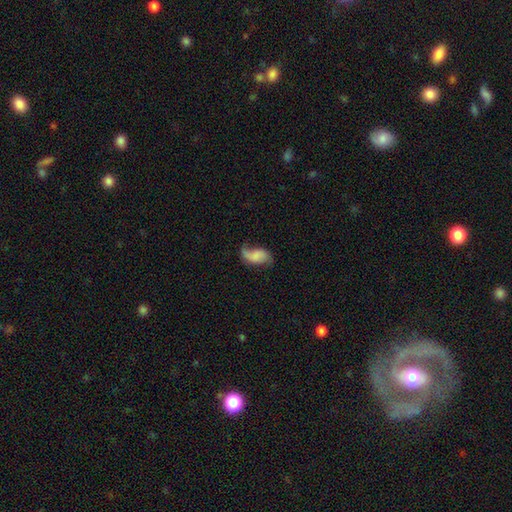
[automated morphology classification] Smooth or featured: featured or disk — 49% (smooth — 43%)
Merging: none — 46% (minor disturbance — 28%)